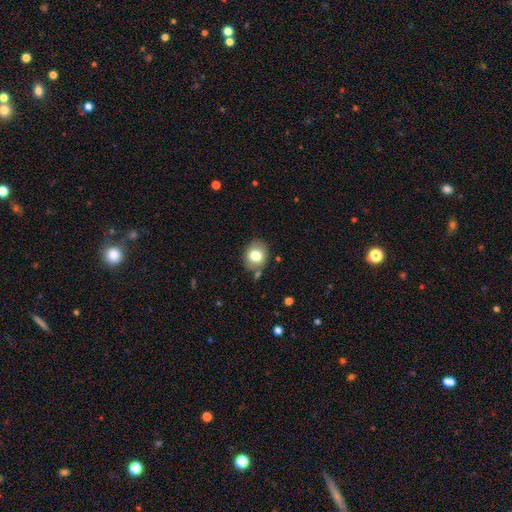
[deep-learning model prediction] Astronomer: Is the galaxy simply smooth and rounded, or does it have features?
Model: smooth — 78%.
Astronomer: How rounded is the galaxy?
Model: round — 67%.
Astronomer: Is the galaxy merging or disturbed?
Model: none — 78%.